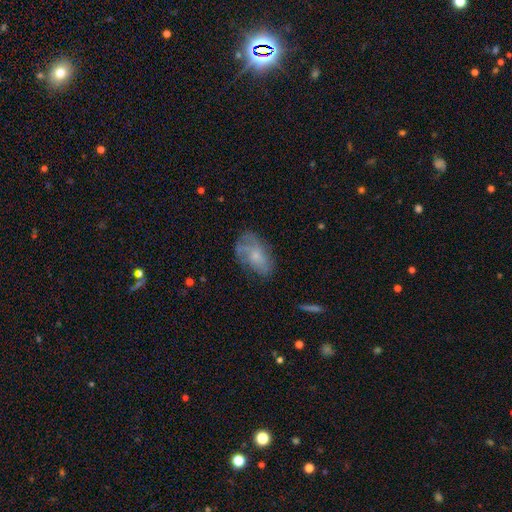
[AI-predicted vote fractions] Smooth or featured? Predicted: featured or disk (p=0.48). Merging? Predicted: none (p=0.56).